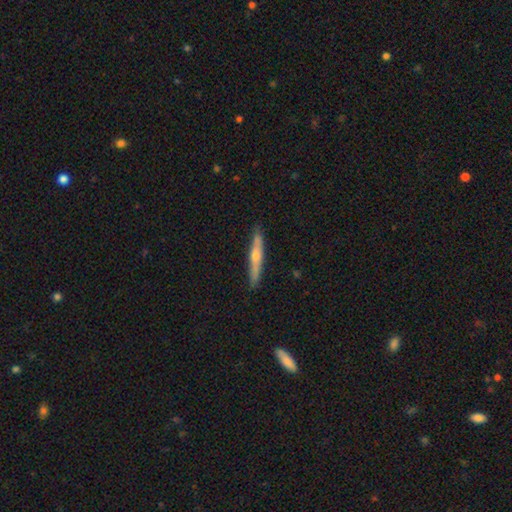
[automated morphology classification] Overall: featured or disk (62%; smooth 31%). Edge-on disk: yes (95%). Edge-on bulge: rounded (85%). Merging: none (89%).